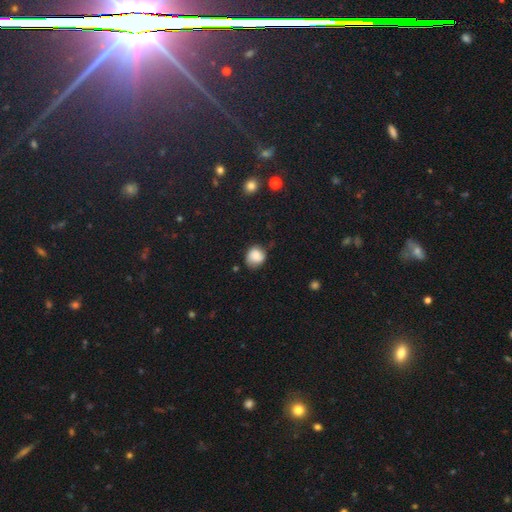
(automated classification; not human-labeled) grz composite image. It shows a smooth galaxy with no disk features (78%) that is round (71%). Merging: none (65%).